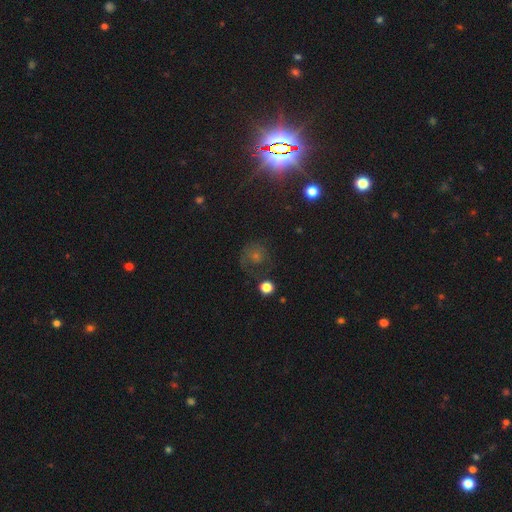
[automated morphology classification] smooth-or-featured: star or artifact: 47% | smooth: 27% | featured or disk: 26%